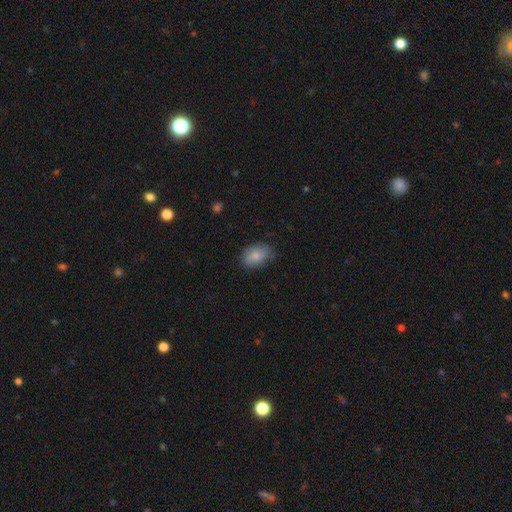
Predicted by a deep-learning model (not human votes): Q: Smooth or featured?
A: smooth (77%); runner-up: featured or disk (16%)
Q: How rounded?
A: in between (85%); runner-up: round (13%)
Q: Merging?
A: none (68%); runner-up: minor disturbance (24%)